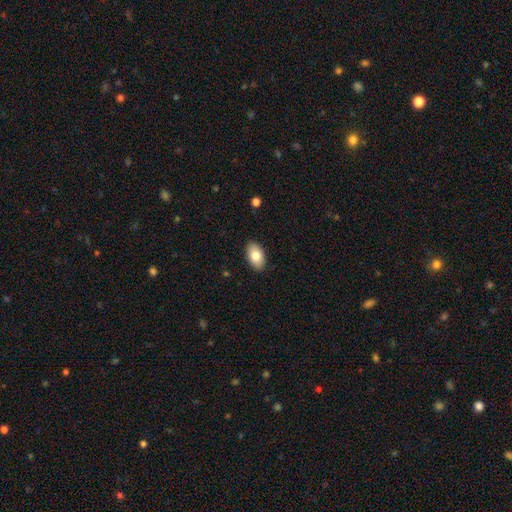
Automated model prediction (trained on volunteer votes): Smooth or featured?
  - smooth: 80% *
  - featured or disk: 14%
  - star or artifact: 7%
How rounded?
  - in between: 94% *
  - round: 5%
  - cigar-shaped: 1%
Merging?
  - none: 89% *
  - minor disturbance: 8%
  - major disturbance: 2%
  - merger: 1%